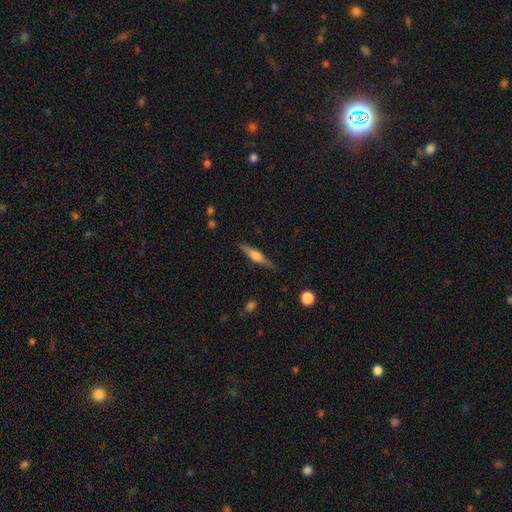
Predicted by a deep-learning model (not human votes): A featured or disk galaxy (68%) viewed edge-on (97%) with a rounded central bulge (83%). Merging: none (87%).